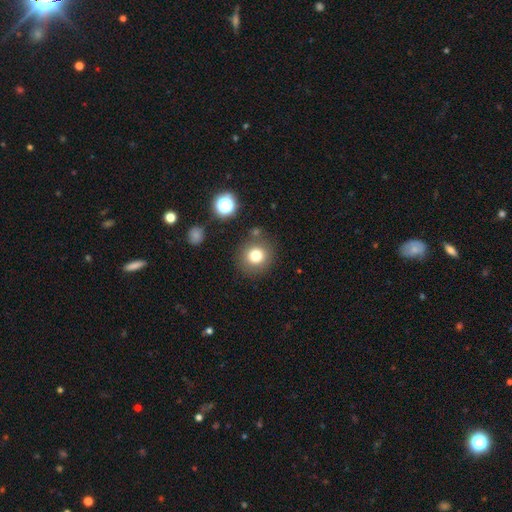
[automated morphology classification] Q: Smooth or featured?
A: smooth (78%); runner-up: star or artifact (13%)
Q: How rounded?
A: round (89%); runner-up: in between (10%)
Q: Merging?
A: none (82%); runner-up: minor disturbance (9%)